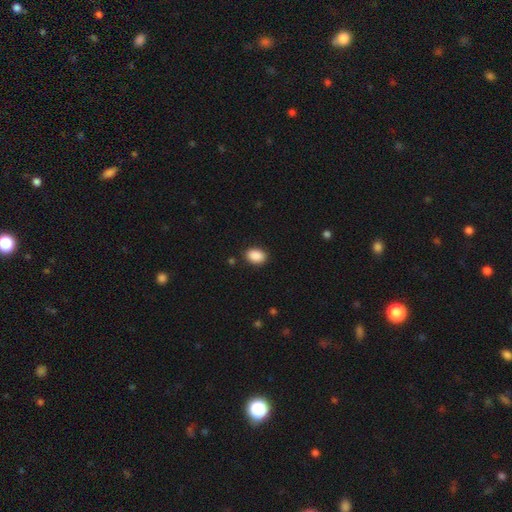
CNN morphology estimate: smooth-or-featured: smooth: 90% | star or artifact: 7% | featured or disk: 3%
  how-rounded: in between: 82% | round: 17% | cigar-shaped: 1%
  merging: none: 88% | minor disturbance: 9% | major disturbance: 2% | merger: 1%